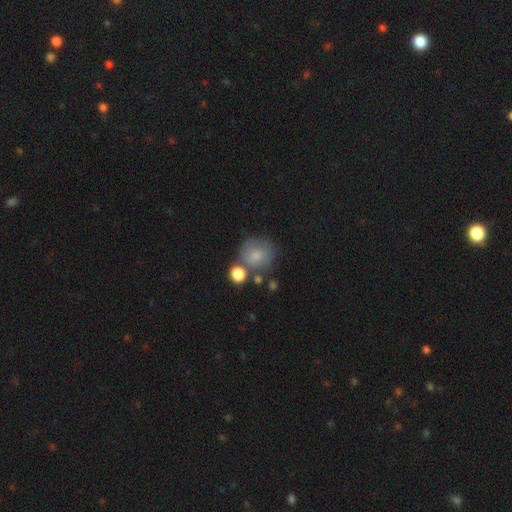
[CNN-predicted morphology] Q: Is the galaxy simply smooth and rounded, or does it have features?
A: smooth — 78%.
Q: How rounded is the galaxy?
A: round — 87%.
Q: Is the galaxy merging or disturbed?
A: none — 58%.